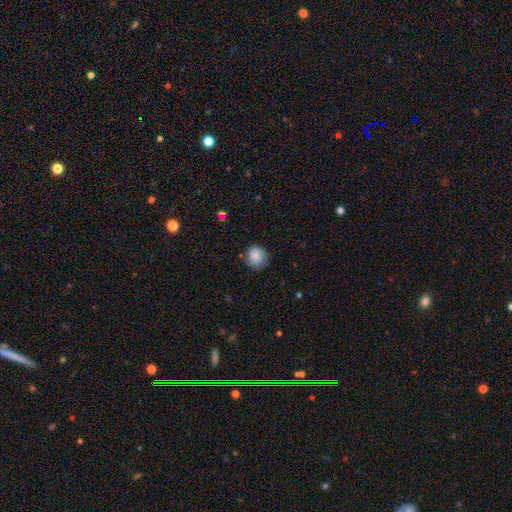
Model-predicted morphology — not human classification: smooth 84%, featured or disk 8%, star or artifact 8%. Down the decision tree: how rounded — round (87%); merging — none (79%).